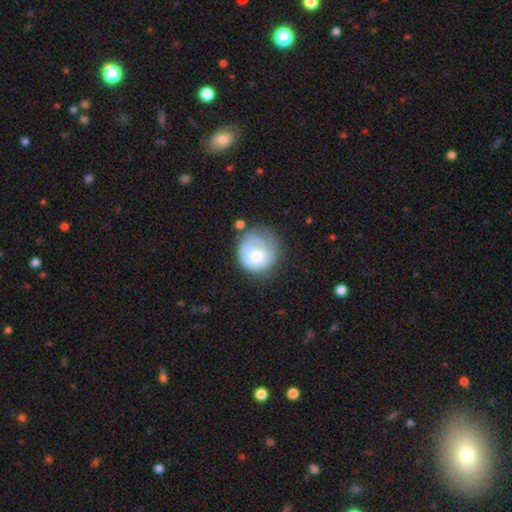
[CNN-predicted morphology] The model was most divided on "smooth or featured": smooth: 53%, featured or disk: 39%, star or artifact: 7%. Remaining: how rounded — round (80%); merging — none (43%).